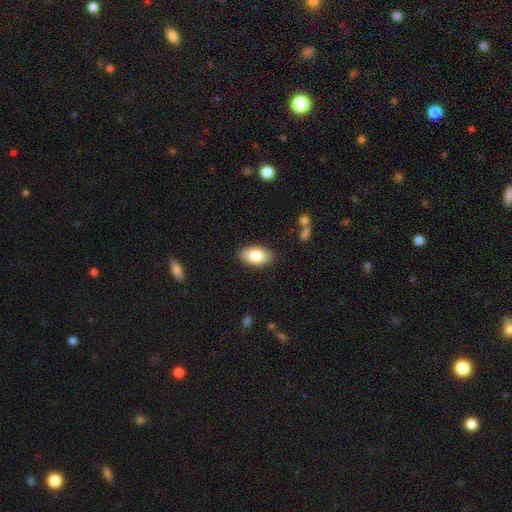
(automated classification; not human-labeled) Morphology: type=smooth (81%); roundness=in between (92%); merging=none (87%).